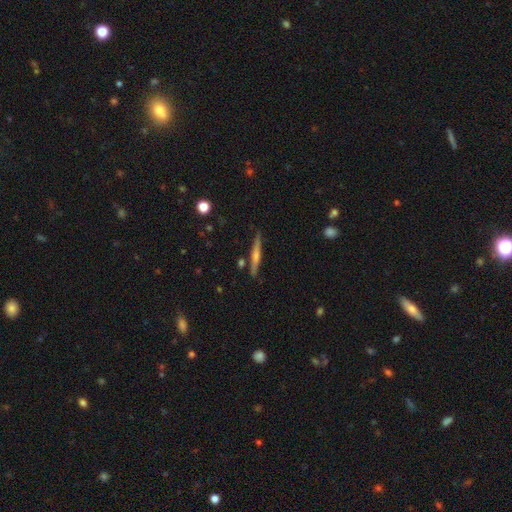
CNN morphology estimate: featured or disk 64%, smooth 30%, star or artifact 6%. Down the decision tree: edge-on disk — yes (97%); edge-on bulge — rounded (72%); merging — none (88%).